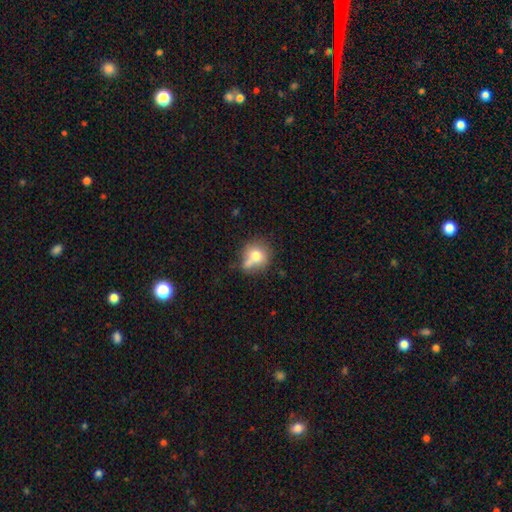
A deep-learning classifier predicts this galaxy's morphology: Smooth or featured?
  - smooth: 72% *
  - featured or disk: 18%
  - star or artifact: 11%
How rounded?
  - round: 78% *
  - in between: 21%
  - cigar-shaped: 1%
Merging?
  - none: 46% *
  - merger: 24%
  - minor disturbance: 20%
  - major disturbance: 9%